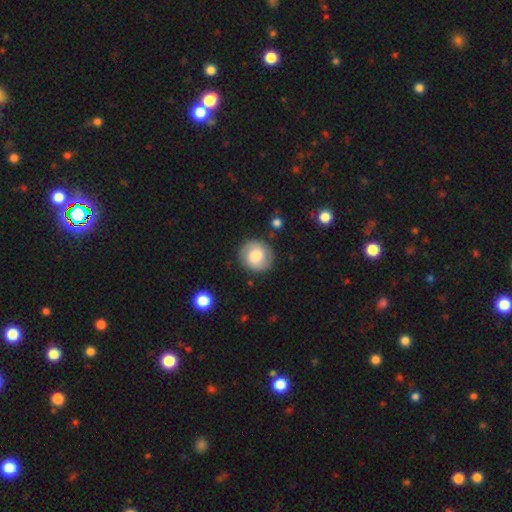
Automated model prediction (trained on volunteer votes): Smooth or featured? Predicted: smooth (p=0.47). Merging? Predicted: none (p=0.86).